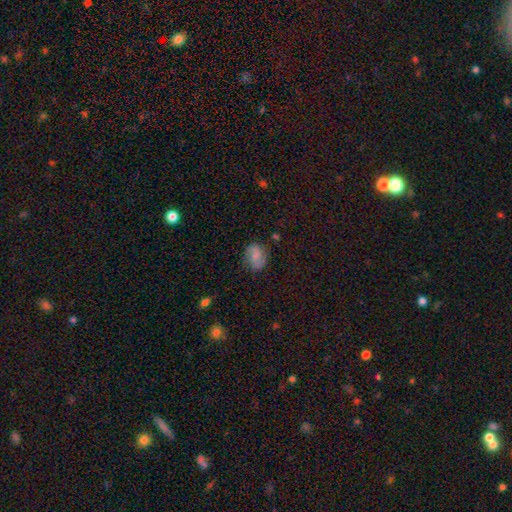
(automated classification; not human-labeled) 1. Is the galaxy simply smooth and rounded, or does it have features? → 58% smooth, 33% featured or disk, 9% star or artifact.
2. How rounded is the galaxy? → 64% in between, 35% round, 2% cigar-shaped.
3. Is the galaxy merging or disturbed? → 74% none, 19% minor disturbance, 5% major disturbance, 2% merger.